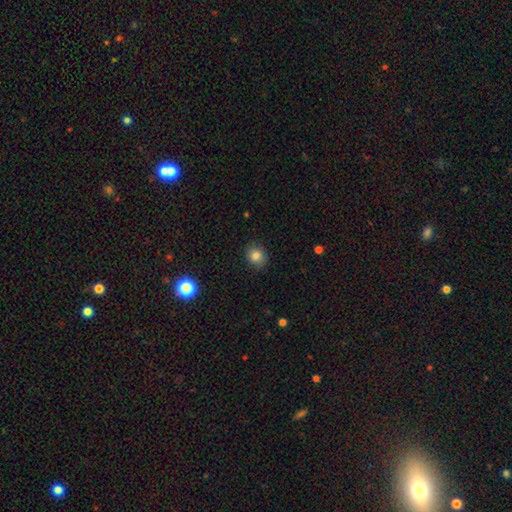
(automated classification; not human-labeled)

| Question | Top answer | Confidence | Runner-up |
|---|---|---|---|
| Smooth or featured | smooth | 84% | star or artifact (11%) |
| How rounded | round | 71% | in between (28%) |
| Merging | none | 88% | minor disturbance (9%) |